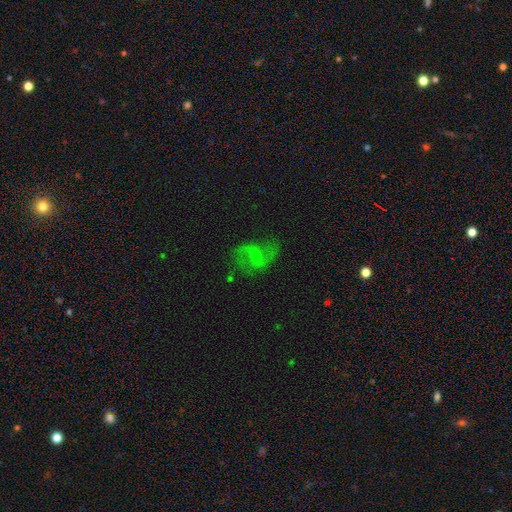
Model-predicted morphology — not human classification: The model was most divided on "bar": no: 50%, weak: 43%, strong: 7%. Remaining: edge-on disk — no (97%); spiral arms — yes (88%); spiral arm count — 2 (81%); smooth or featured — featured or disk (67%); merging — none (65%); spiral winding — loose (49%); bulge size — small (48%).